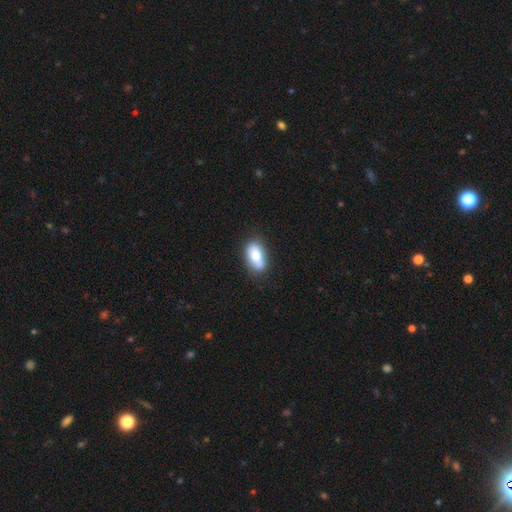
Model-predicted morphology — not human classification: This appears to be a smooth galaxy with no disk features (80%) that is in between round and cigar-shaped (88%). Merging: none (78%).